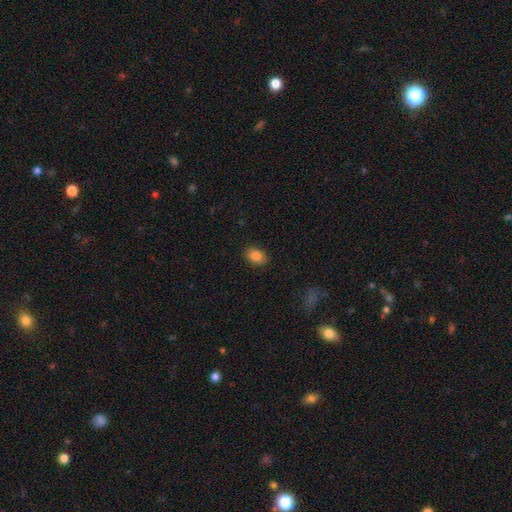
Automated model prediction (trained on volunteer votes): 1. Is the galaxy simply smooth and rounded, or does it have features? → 86% smooth, 9% star or artifact, 5% featured or disk.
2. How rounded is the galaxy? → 80% in between, 18% round, 1% cigar-shaped.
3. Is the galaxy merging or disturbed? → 87% none, 9% minor disturbance, 2% major disturbance, 1% merger.